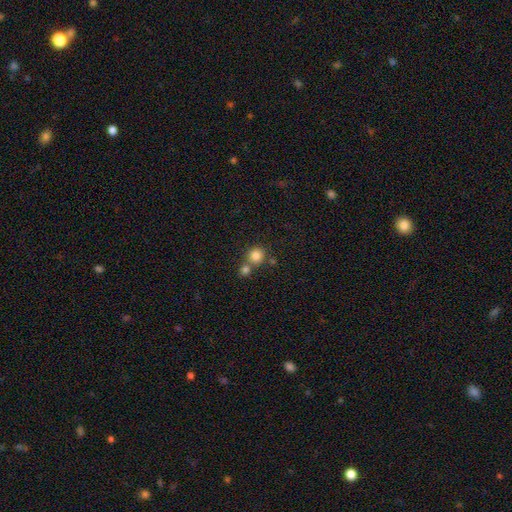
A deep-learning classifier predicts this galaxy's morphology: Smooth or featured? Predicted: smooth (p=0.82). How rounded? Predicted: round (p=0.90). Merging? Predicted: none (p=0.59).